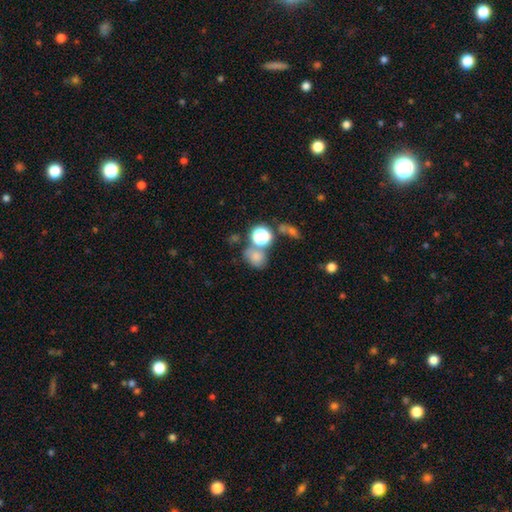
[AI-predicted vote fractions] Smooth or featured? smooth (69%)
How rounded? round (57%)
Merging? none (49%)